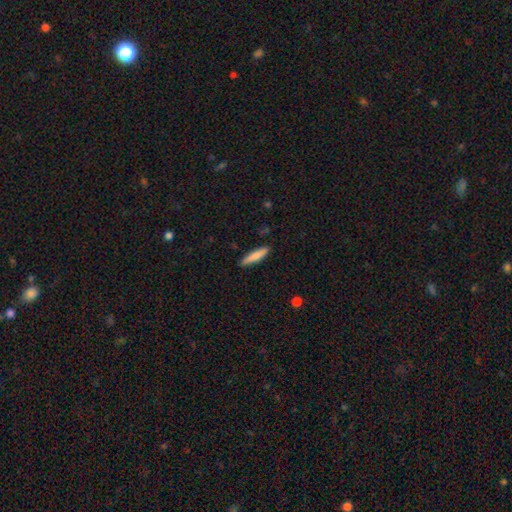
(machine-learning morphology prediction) A smooth galaxy with no disk features (80%) that is cigar-shaped (84%). Merging: none (87%).